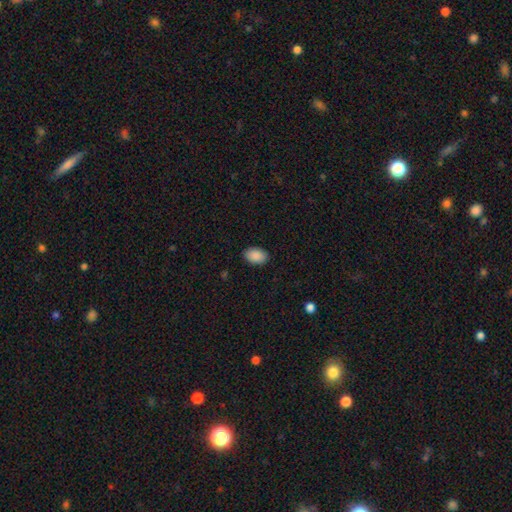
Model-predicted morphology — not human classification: Q: Smooth or featured?
A: smooth (90%); runner-up: star or artifact (7%)
Q: How rounded?
A: in between (89%); runner-up: round (10%)
Q: Merging?
A: none (88%); runner-up: minor disturbance (9%)